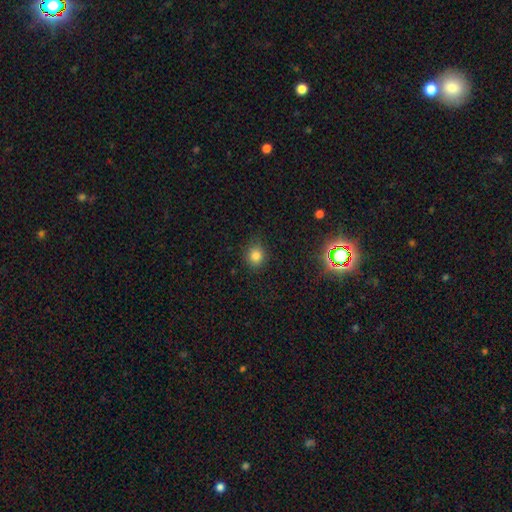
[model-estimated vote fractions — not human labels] smooth 80%, star or artifact 15%, featured or disk 6%. Down the decision tree: how rounded — round (80%); merging — none (83%).